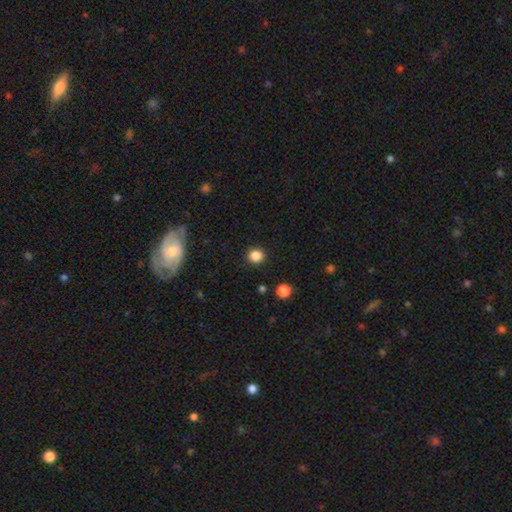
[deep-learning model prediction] Smooth or featured? Predicted: smooth (p=0.85). How rounded? Predicted: round (p=0.90). Merging? Predicted: none (p=0.91).